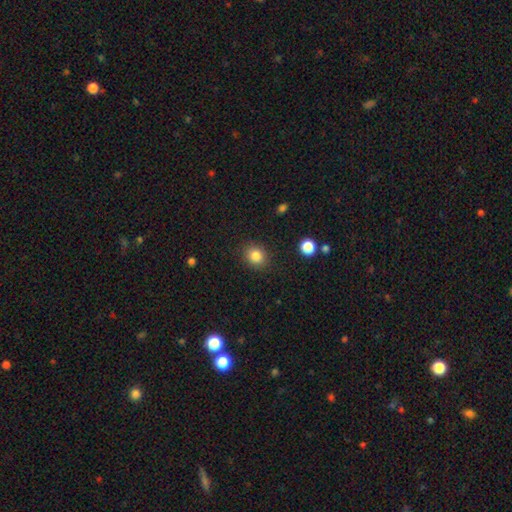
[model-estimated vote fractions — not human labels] smooth 85%, star or artifact 10%, featured or disk 5%. Down the decision tree: how rounded — round (71%); merging — none (88%).